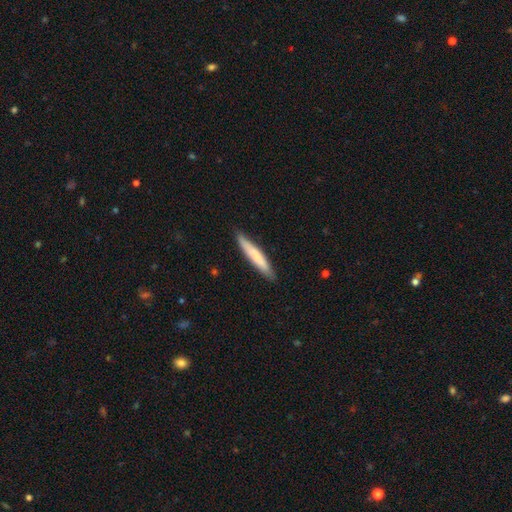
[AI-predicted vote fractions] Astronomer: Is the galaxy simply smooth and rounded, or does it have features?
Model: smooth — 71%.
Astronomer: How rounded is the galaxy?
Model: cigar-shaped — 93%.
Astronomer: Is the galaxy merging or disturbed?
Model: none — 86%.